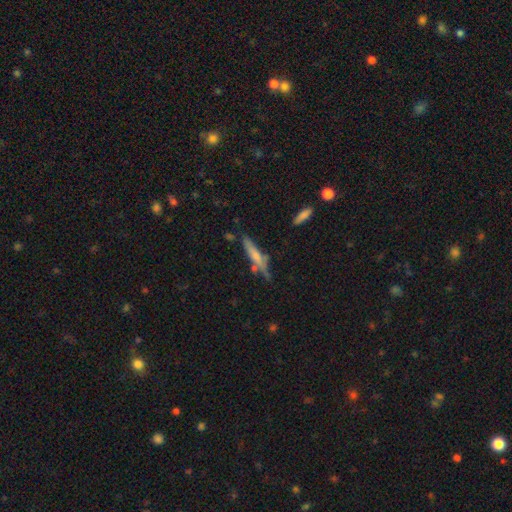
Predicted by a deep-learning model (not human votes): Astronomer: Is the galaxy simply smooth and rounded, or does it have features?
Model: smooth — 55% (runner-up: featured or disk, 38%).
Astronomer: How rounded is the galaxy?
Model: cigar-shaped — 86%.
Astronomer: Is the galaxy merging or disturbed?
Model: none — 63%.